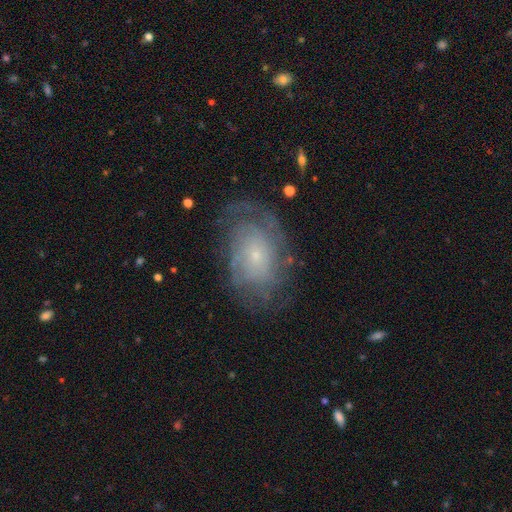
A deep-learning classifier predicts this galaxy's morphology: smooth-or-featured: featured or disk: 72% | smooth: 20% | star or artifact: 8%
  disk-edge-on: no: 96% | yes: 4%
    bar: no: 80% | weak: 17% | strong: 3%
    has-spiral-arms: yes: 86% | no: 14%
      spiral-winding: tight: 60% | medium: 28% | loose: 12%
      spiral-arm-count: can't tell: 52% | 2: 19% | 3: 10% | 4: 8% | 1: 6% | more than 4: 6%
    bulge-size: small: 79% | moderate: 15% | none: 3% | large: 2% | dominant: 1%
  merging: none: 68% | minor disturbance: 19% | major disturbance: 12% | merger: 1%